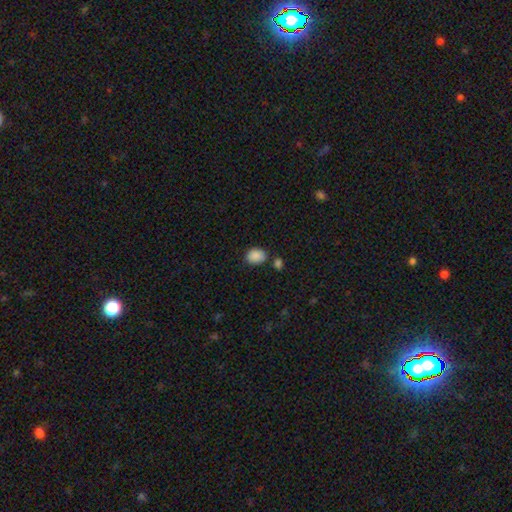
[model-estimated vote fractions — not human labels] smooth 88%, star or artifact 8%, featured or disk 4%. Down the decision tree: how rounded — in between (64%); merging — none (72%).